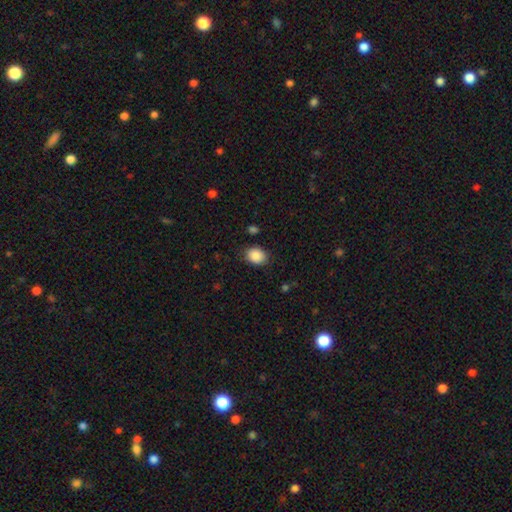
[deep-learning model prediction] smooth_or_featured: smooth (p=0.88) [alt: star or artifact p=0.08]
how_rounded: in between (p=0.52) [alt: round p=0.47]
merging: none (p=0.84) [alt: minor disturbance p=0.12]